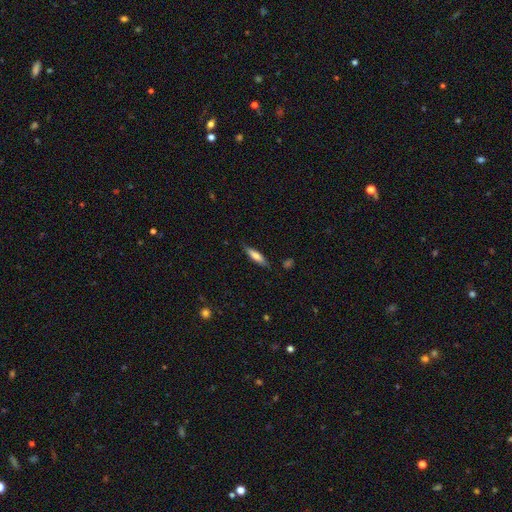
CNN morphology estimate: smooth 64%, featured or disk 29%, star or artifact 6%. Down the decision tree: how rounded — cigar-shaped (72%); merging — none (83%).